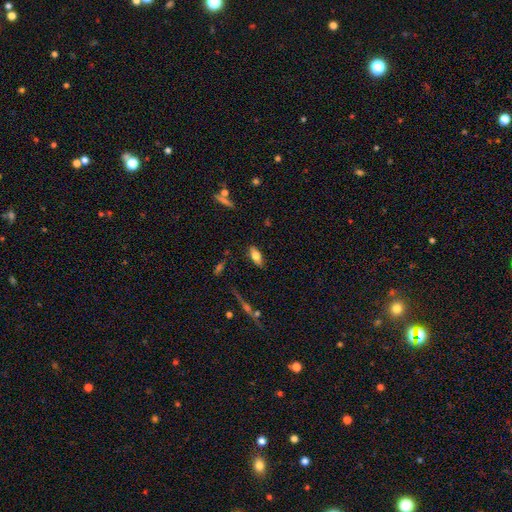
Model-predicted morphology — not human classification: Overall: smooth (67%). How rounded: in between (80%). Merging: none (84%).